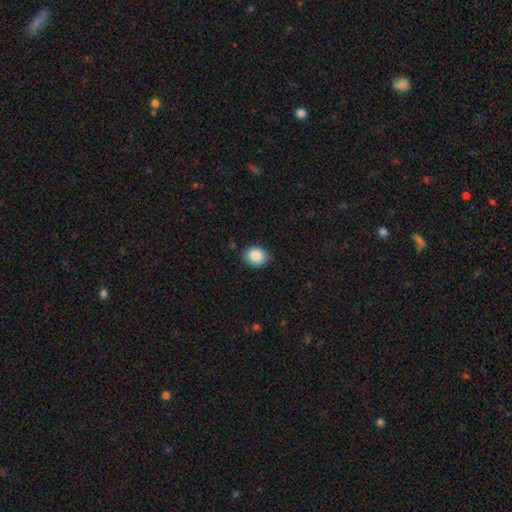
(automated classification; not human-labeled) Smooth or featured? smooth (87%)
How rounded? round (61%)
Merging? none (81%)